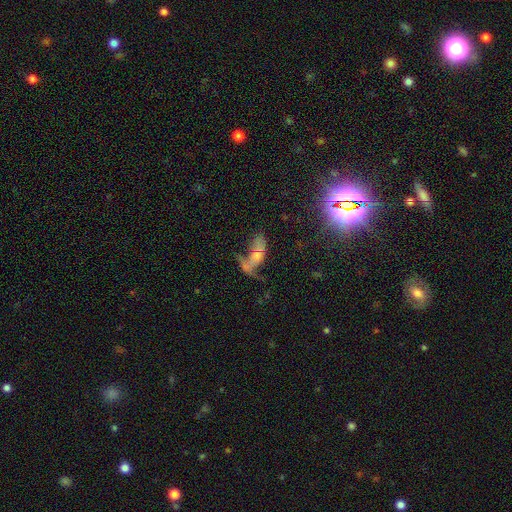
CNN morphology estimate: Smooth or featured? featured or disk (43%)
Merging? merger (32%)